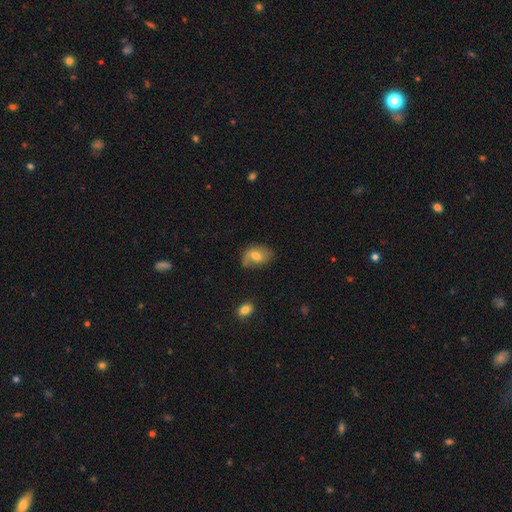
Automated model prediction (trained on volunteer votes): A smooth galaxy with no disk features (58%) that is in between round and cigar-shaped (78%).

Vote fractions:
- Smooth or featured? smooth: 58% / featured or disk: 34% / star or artifact: 9%
- How rounded? in between: 78% / round: 20% / cigar-shaped: 1%
- Merging? none: 55% / minor disturbance: 29% / major disturbance: 12% / merger: 3%